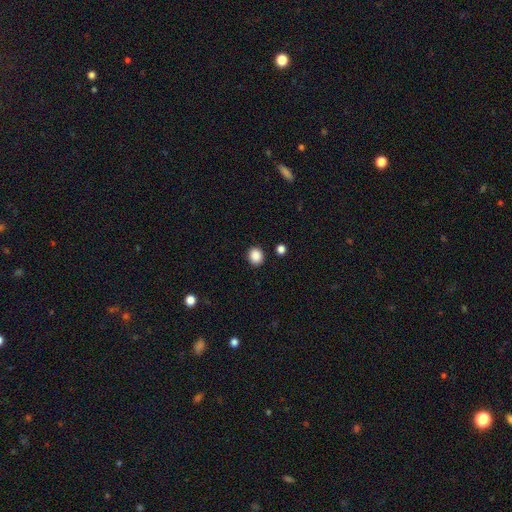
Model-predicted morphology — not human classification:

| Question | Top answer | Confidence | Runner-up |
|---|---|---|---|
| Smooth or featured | smooth | 88% | star or artifact (10%) |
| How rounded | round | 76% | in between (23%) |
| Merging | none | 89% | minor disturbance (6%) |